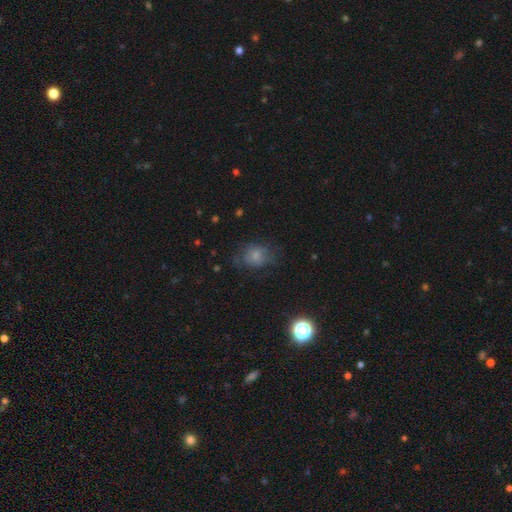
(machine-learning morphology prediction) Smooth or featured? Predicted: smooth (p=0.65). How rounded? Predicted: in between (p=0.54). Merging? Predicted: none (p=0.56).